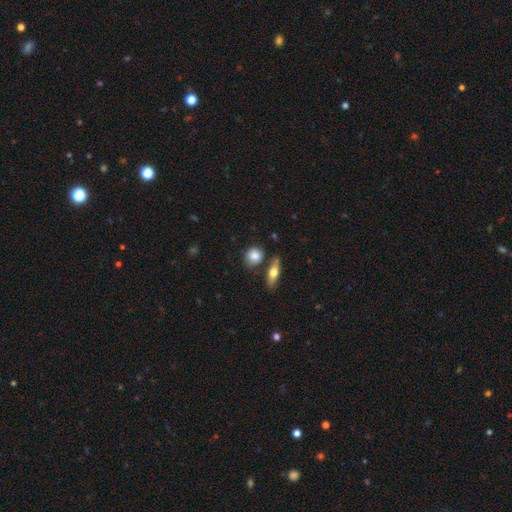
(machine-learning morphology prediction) smooth_or_featured: smooth (p=0.80) [alt: featured or disk p=0.12]
how_rounded: round (p=0.64) [alt: in between p=0.32]
merging: none (p=0.71) [alt: minor disturbance p=0.14]